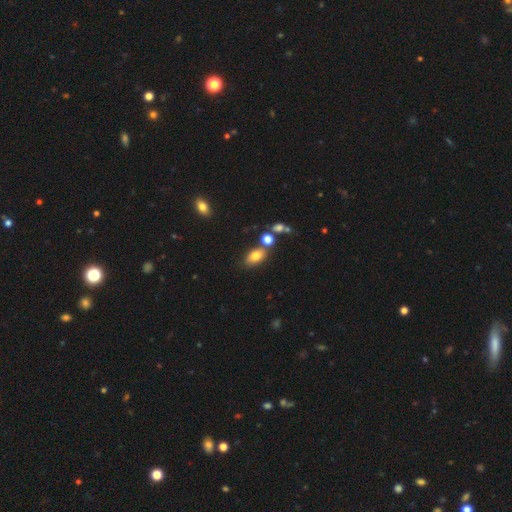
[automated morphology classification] A smooth galaxy with no disk features (79%) that is in between round and cigar-shaped (86%). Merging: none (65%).